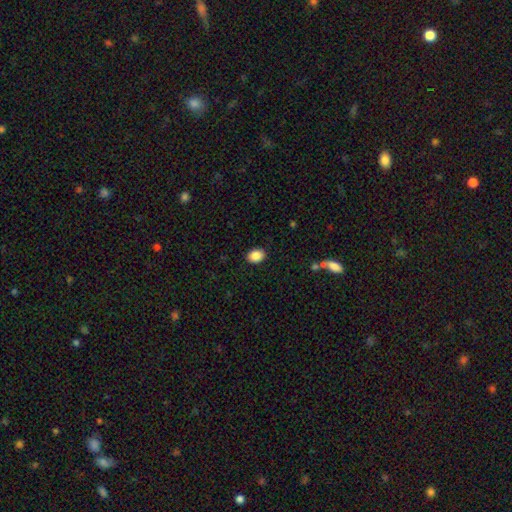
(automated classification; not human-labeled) Smooth or featured: smooth — 88% (star or artifact — 8%)
How rounded: in between — 67% (round — 32%)
Merging: none — 88% (minor disturbance — 8%)